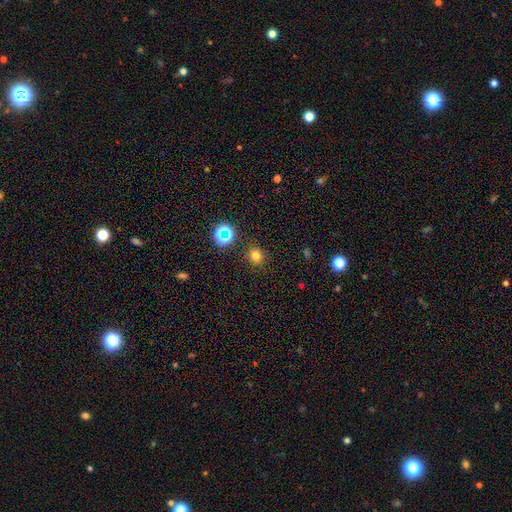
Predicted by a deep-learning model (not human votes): This is likely a smooth galaxy (74%). How rounded: clearly round (86%). Merging: clearly none (88%).